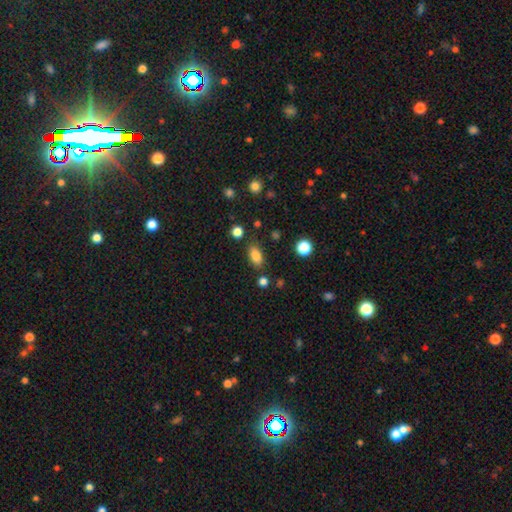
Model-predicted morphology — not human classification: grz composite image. It shows a smooth galaxy with no disk features (84%) that is in between round and cigar-shaped (88%). Merging: none (81%).